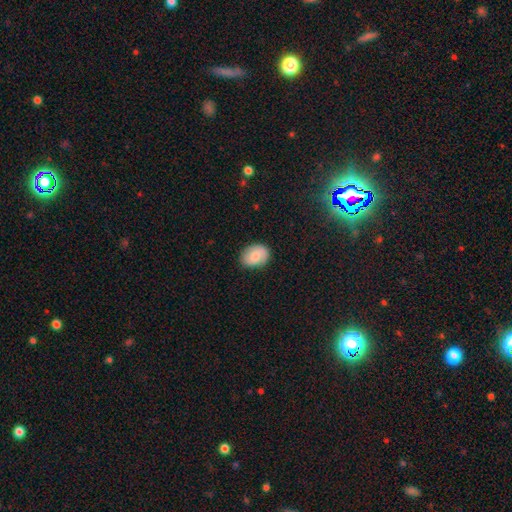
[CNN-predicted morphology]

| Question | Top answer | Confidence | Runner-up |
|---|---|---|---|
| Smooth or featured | smooth | 66% | featured or disk (26%) |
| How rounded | in between | 63% | round (36%) |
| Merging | none | 80% | minor disturbance (15%) |